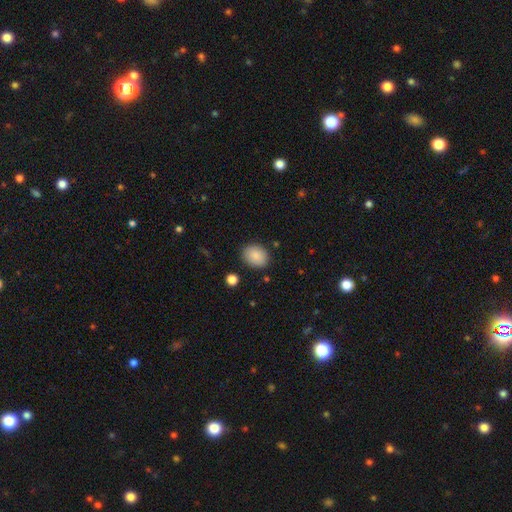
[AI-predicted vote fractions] Smooth or featured: smooth — 88% (star or artifact — 8%)
How rounded: in between — 51% (round — 48%)
Merging: none — 86% (minor disturbance — 10%)